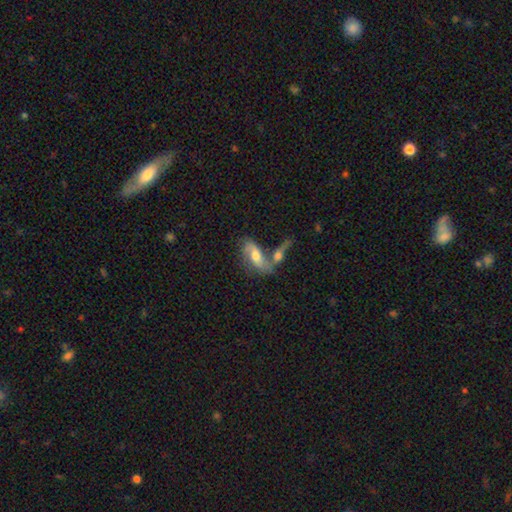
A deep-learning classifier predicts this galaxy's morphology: smooth-or-featured: featured or disk: 57% | smooth: 34% | star or artifact: 9%
  disk-edge-on: no: 81% | yes: 19%
  merging: merger: 47% | none: 32% | minor disturbance: 12% | major disturbance: 9%